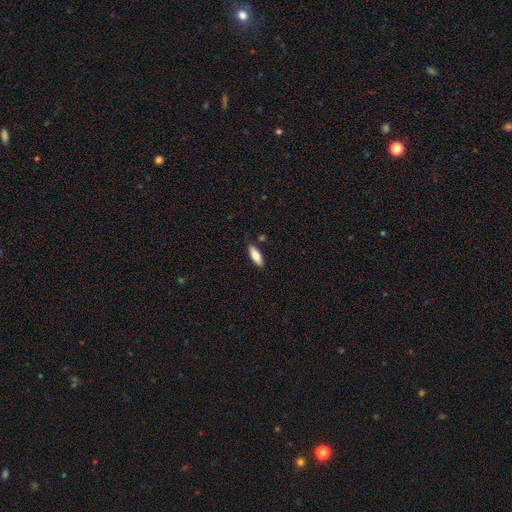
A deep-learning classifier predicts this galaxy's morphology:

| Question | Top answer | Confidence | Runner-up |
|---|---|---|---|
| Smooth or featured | smooth | 79% | featured or disk (15%) |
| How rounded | in between | 64% | cigar-shaped (34%) |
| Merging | none | 86% | minor disturbance (10%) |